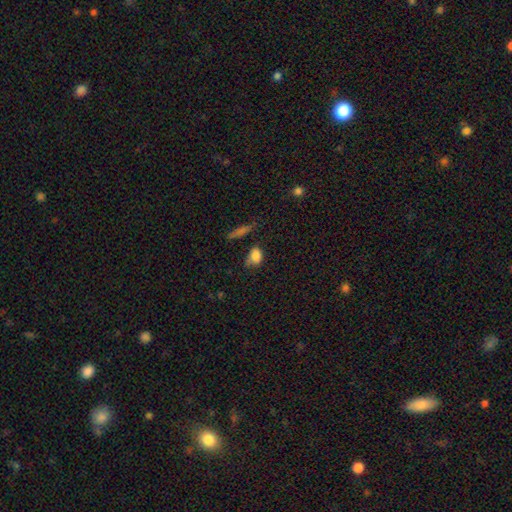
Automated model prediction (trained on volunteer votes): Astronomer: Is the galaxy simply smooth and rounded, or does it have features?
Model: smooth — 82%.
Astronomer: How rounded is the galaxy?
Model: in between — 70%.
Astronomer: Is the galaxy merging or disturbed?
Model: none — 51% (runner-up: minor disturbance, 31%).